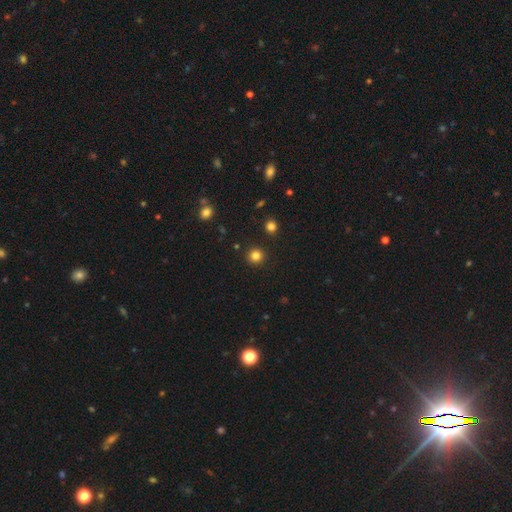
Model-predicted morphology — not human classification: Smooth or featured: smooth — 82% (star or artifact — 13%)
How rounded: round — 94% (in between — 5%)
Merging: none — 91% (minor disturbance — 5%)